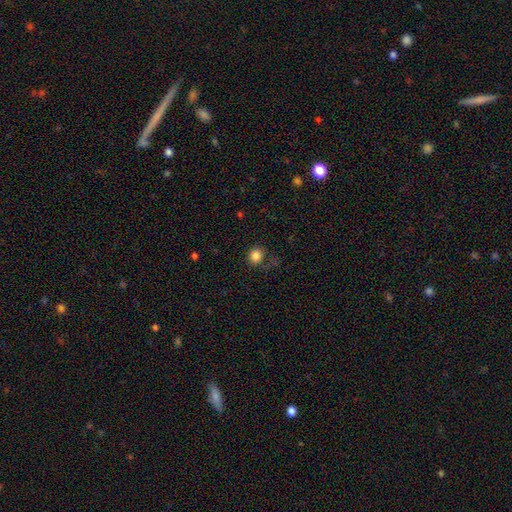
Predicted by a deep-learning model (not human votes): Morphology: type=smooth (84%); roundness=round (73%); merging=none (75%).